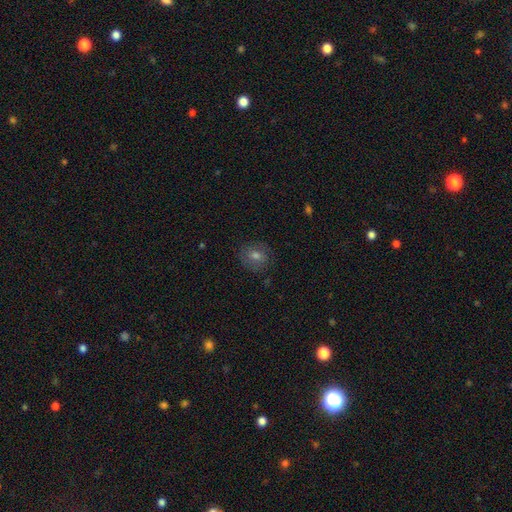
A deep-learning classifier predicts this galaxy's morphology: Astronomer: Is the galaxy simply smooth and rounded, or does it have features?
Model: smooth — 59%.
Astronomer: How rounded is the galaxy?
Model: round — 73%.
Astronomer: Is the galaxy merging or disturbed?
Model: none — 83%.